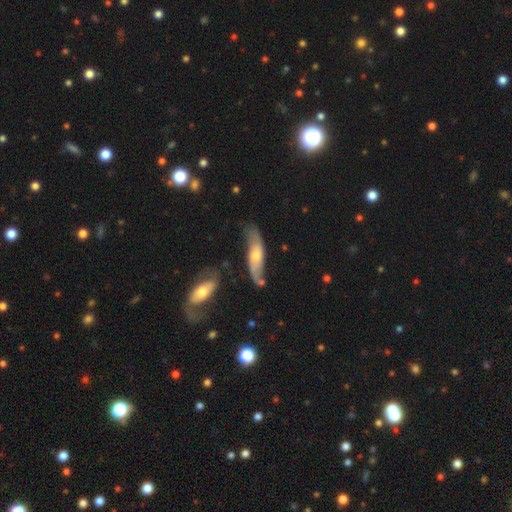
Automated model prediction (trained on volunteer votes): Smooth or featured?
  - featured or disk: 57% *
  - smooth: 37%
  - star or artifact: 6%
Edge-on disk?
  - no: 67% *
  - yes: 33%
Merging?
  - none: 61% *
  - minor disturbance: 24%
  - major disturbance: 8%
  - merger: 7%